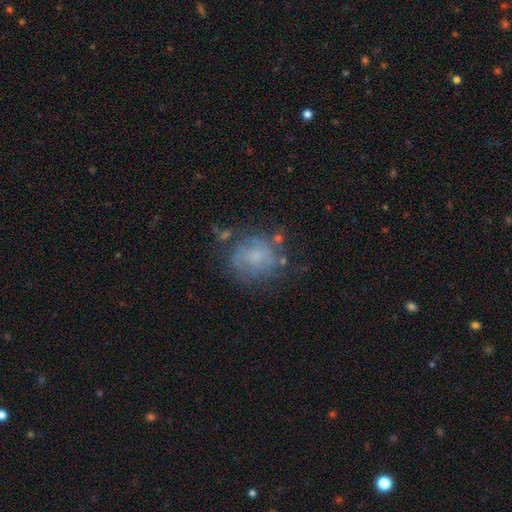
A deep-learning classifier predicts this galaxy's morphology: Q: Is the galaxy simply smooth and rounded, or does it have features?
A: smooth — 50%.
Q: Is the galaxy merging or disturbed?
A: none — 61%.